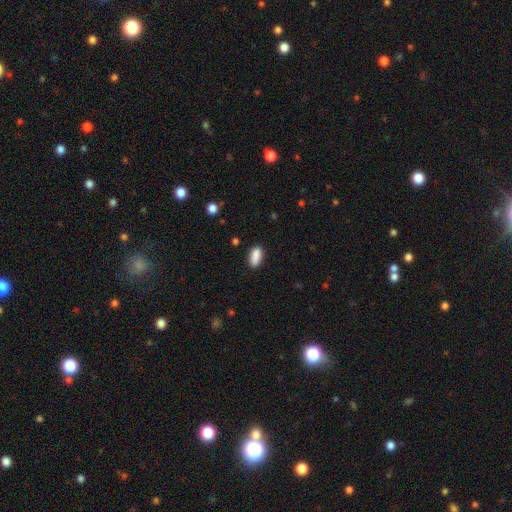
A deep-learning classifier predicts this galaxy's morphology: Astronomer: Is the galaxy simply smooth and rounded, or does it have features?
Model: smooth — 88%.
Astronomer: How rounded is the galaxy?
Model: in between — 81%.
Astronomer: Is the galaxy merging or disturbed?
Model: none — 84%.